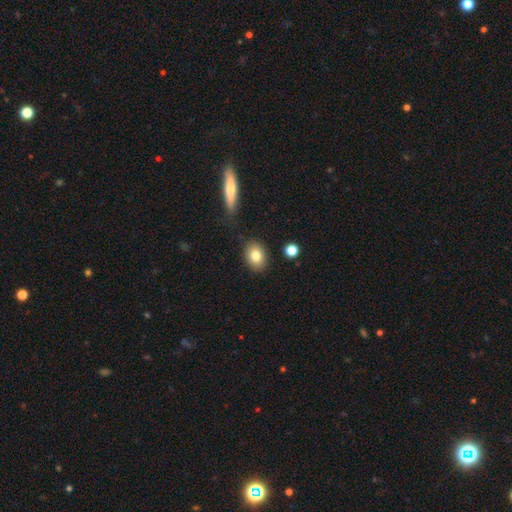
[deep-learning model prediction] A smooth galaxy with no disk features (82%) that is in between round and cigar-shaped (64%). Merging: none (85%).